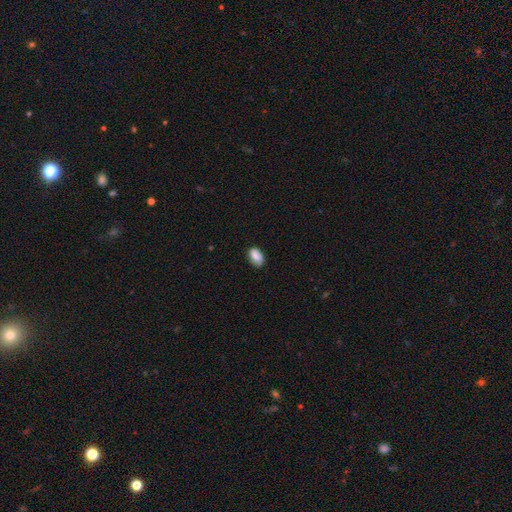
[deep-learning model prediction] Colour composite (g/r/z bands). It shows a smooth galaxy with no disk features (84%) that is in between round and cigar-shaped (90%). Merging: none (74%).